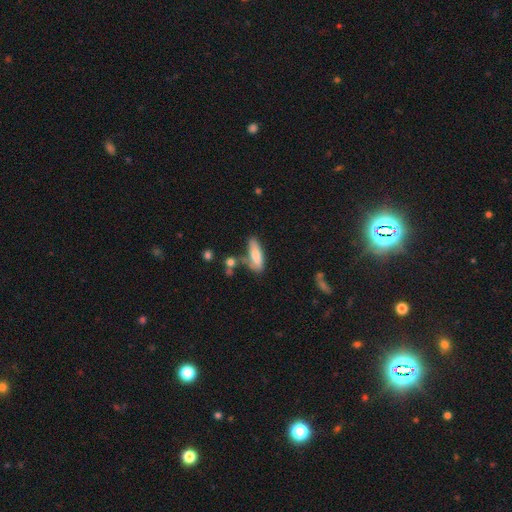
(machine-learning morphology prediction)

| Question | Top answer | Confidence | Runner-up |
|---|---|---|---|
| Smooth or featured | smooth | 74% | featured or disk (19%) |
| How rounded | in between | 57% | cigar-shaped (41%) |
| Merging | none | 49% | minor disturbance (25%) |